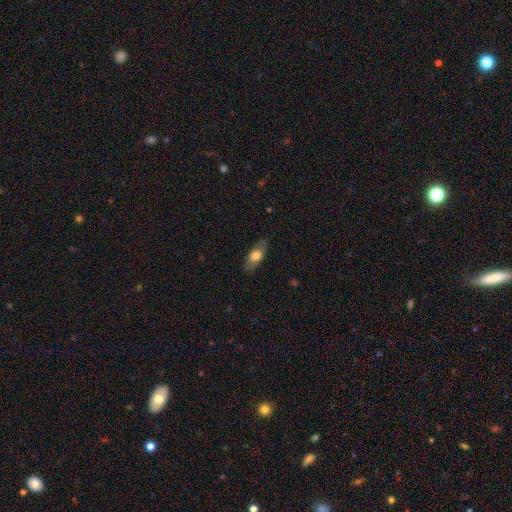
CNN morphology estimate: smooth 67%, featured or disk 27%, star or artifact 6%. Down the decision tree: how rounded — in between (83%); merging — none (81%).